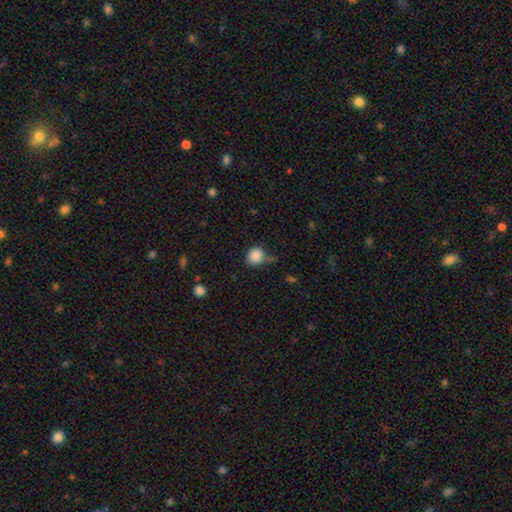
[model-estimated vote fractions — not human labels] Morphology: type=smooth (86%); roundness=round (82%); merging=none (58%).